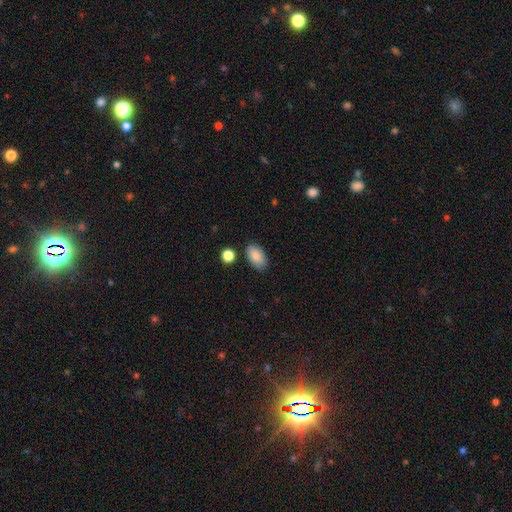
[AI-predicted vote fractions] Morphology: type=smooth (87%); roundness=in between (93%); merging=none (83%).